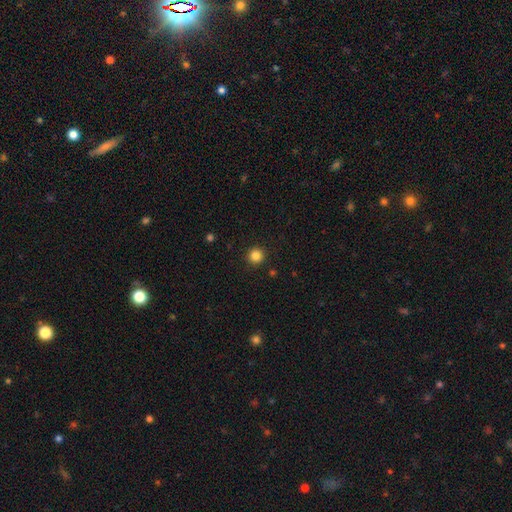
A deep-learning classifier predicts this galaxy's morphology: smooth-or-featured: smooth: 84% | star or artifact: 12% | featured or disk: 4%
  how-rounded: round: 96% | in between: 3% | cigar-shaped: 1%
  merging: none: 92% | minor disturbance: 5% | major disturbance: 2% | merger: 1%